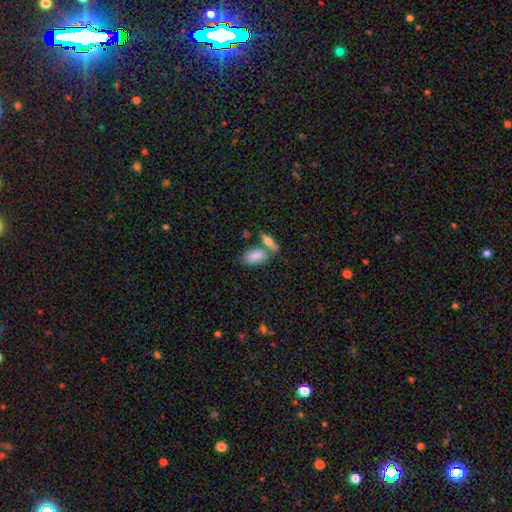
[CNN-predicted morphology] smooth 82%, featured or disk 12%, star or artifact 6%. Down the decision tree: how rounded — in between (89%); merging — none (49%).